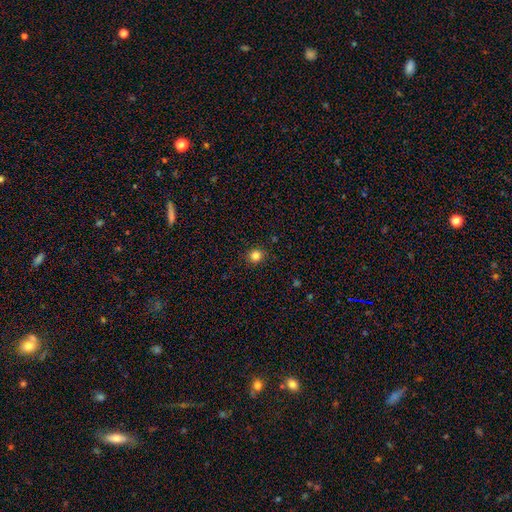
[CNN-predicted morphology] Smooth or featured: smooth — 83% (star or artifact — 13%)
How rounded: round — 91% (in between — 8%)
Merging: none — 91% (minor disturbance — 6%)